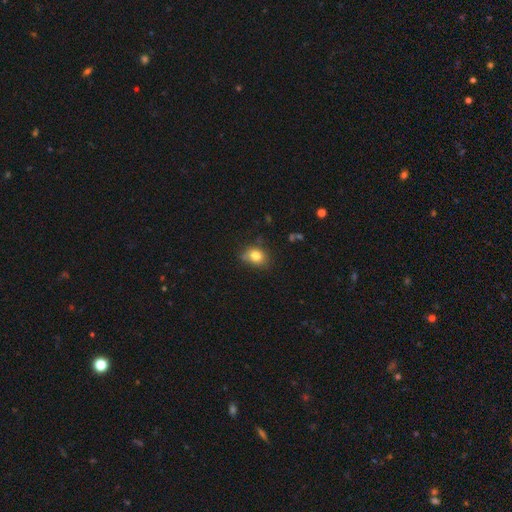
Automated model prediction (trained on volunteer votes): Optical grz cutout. It shows a smooth galaxy with no disk features (80%) that is in between round and cigar-shaped (51%). Merging: none (62%).